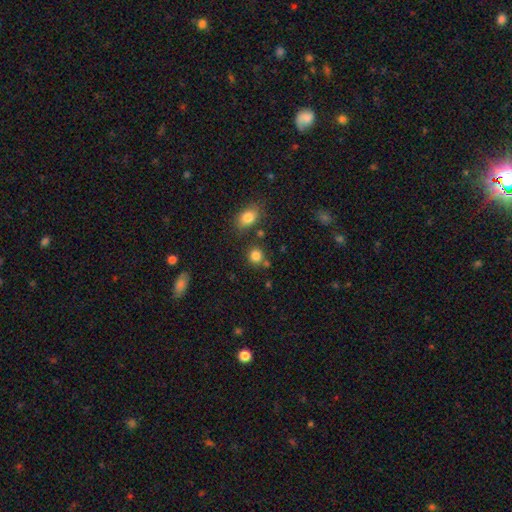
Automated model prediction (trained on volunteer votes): This is clearly a smooth galaxy (83%). How rounded: clearly round (85%). Merging: likely none (76%).